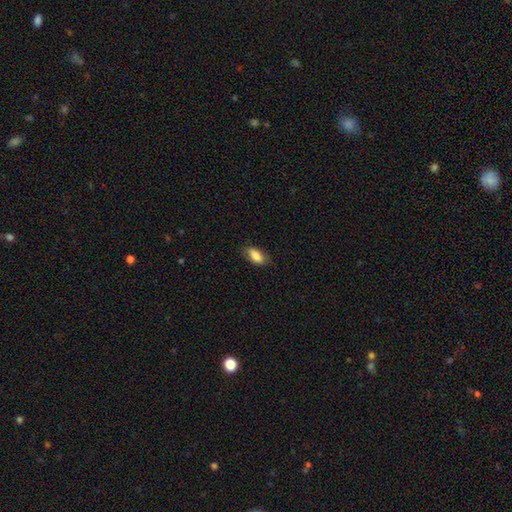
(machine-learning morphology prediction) smooth_or_featured: smooth (p=0.84) [alt: featured or disk p=0.09]
how_rounded: in between (p=0.87) [alt: cigar-shaped p=0.10]
merging: none (p=0.79) [alt: minor disturbance p=0.16]